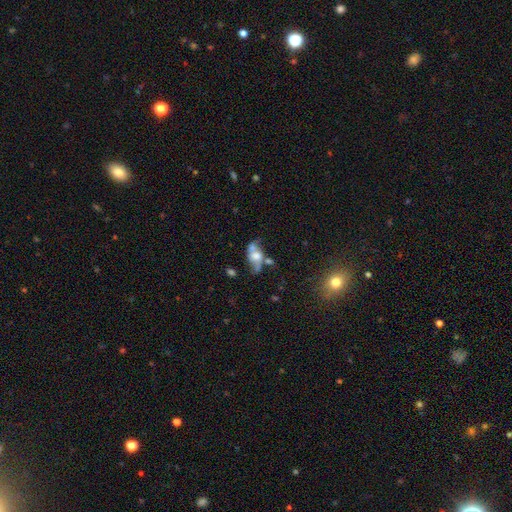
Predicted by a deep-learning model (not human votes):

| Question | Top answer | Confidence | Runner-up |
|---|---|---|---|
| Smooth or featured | featured or disk | 56% | smooth (32%) |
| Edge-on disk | no | 89% | yes (11%) |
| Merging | none | 35% | merger (29%) |